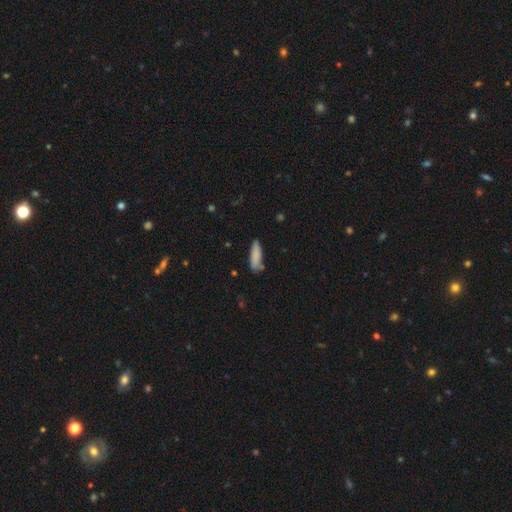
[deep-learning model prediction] Smooth or featured? Predicted: smooth (p=0.85). How rounded? Predicted: cigar-shaped (p=0.57). Merging? Predicted: none (p=0.70).